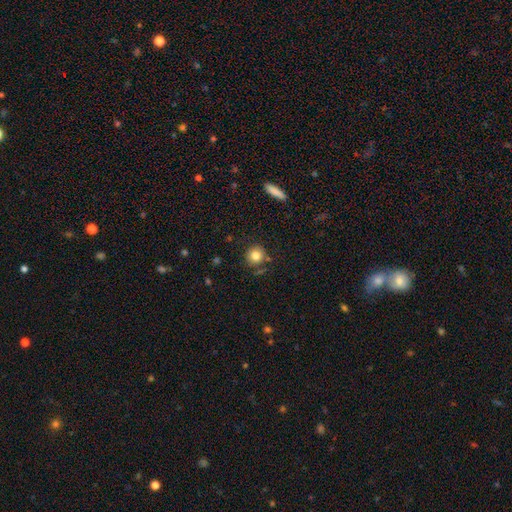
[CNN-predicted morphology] Smooth or featured? Predicted: smooth (p=0.82). How rounded? Predicted: round (p=0.91). Merging? Predicted: none (p=0.81).